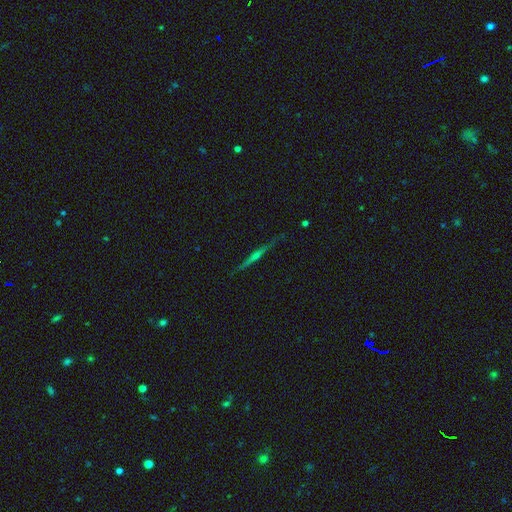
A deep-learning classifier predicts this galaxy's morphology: smooth-or-featured: featured or disk: 78% | smooth: 13% | star or artifact: 9%
  disk-edge-on: yes: 98% | no: 2%
    edge-on-bulge: rounded: 82% | none: 12% | boxy: 6%
  merging: none: 88% | minor disturbance: 9% | major disturbance: 2% | merger: 1%